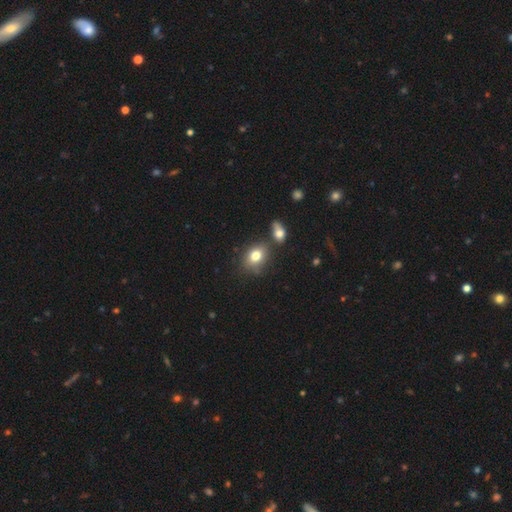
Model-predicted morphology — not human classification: The model was most divided on "how rounded": in between: 58%, round: 41%, cigar-shaped: 1%. More confident: smooth or featured — smooth (78%); merging — none (63%).